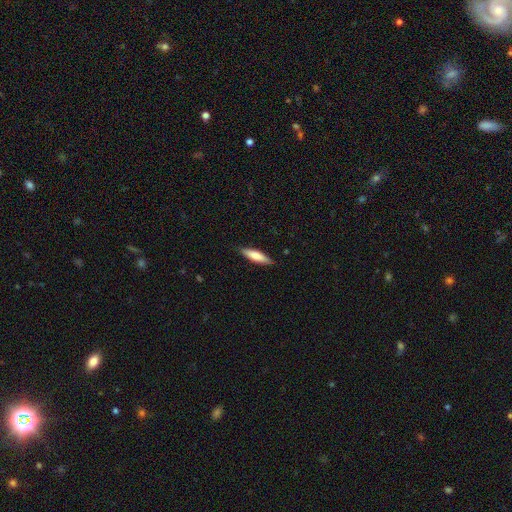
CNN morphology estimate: type=smooth (72%); roundness=cigar-shaped (71%); merging=none (86%).